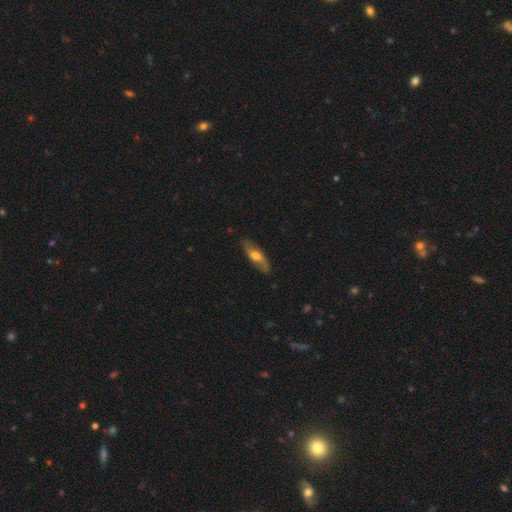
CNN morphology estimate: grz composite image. It shows a featured or disk galaxy (52%). Merging: none (82%).